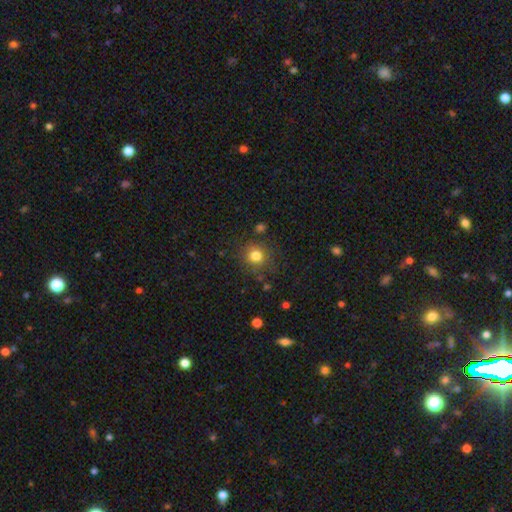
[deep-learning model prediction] Morphology: type=smooth (80%); roundness=round (89%); merging=none (82%).